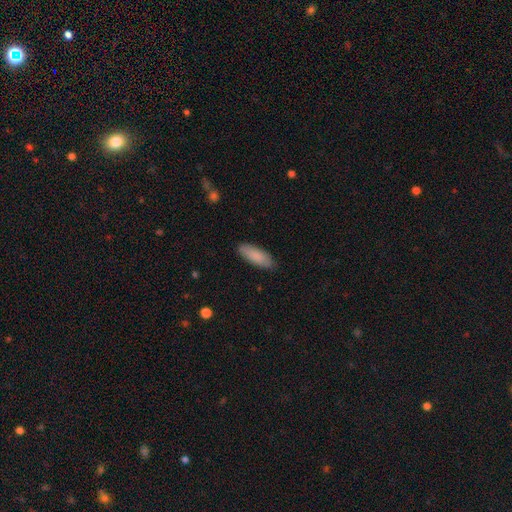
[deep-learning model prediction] Morphology: type=smooth (86%); roundness=in between (66%); merging=none (85%).